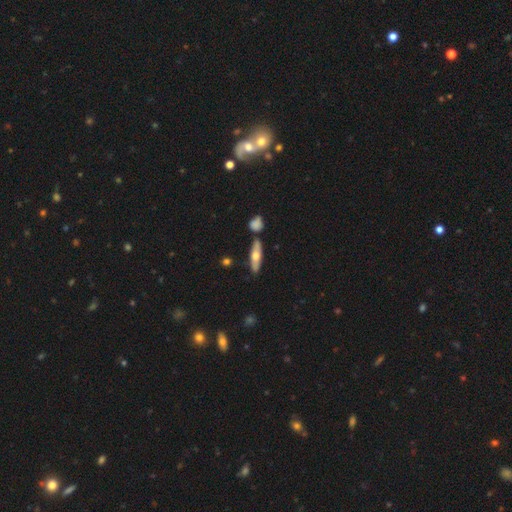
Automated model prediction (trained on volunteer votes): Morphology: type=smooth (53%); roundness=cigar-shaped (60%); merging=none (79%).